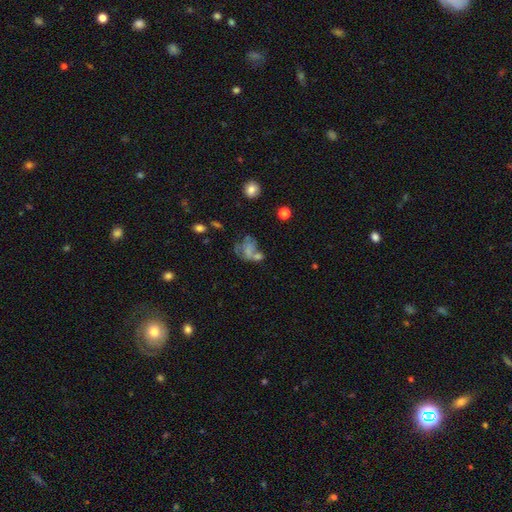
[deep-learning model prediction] A featured or disk galaxy (44%).

Vote fractions:
- Smooth or featured? featured or disk: 44% / smooth: 34% / star or artifact: 22%
- Merging? none: 32% / merger: 27% / major disturbance: 24% / minor disturbance: 17%